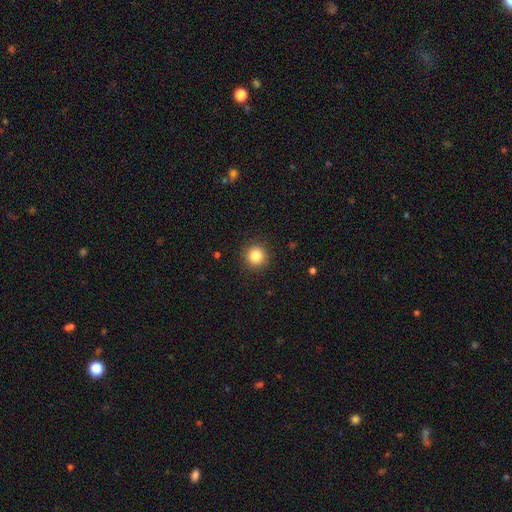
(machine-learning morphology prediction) Overall: smooth (85%). How rounded: round (94%). Merging: none (91%).